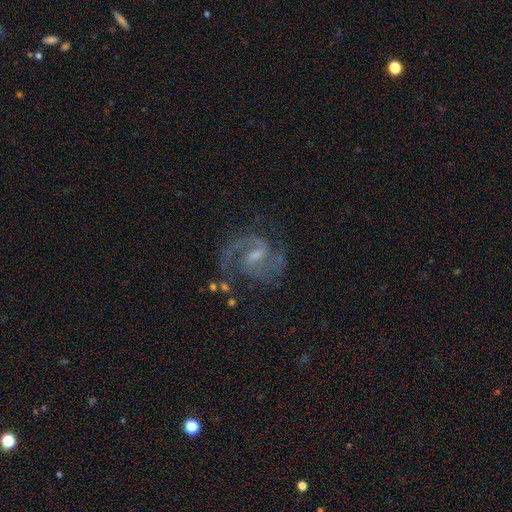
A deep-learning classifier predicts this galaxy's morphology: A featured or disk galaxy (89%) with a weak bar (60%), 2 (87%) medium (62%) spiral arms (97%) and a small central bulge (43%). Merging: none (70%).